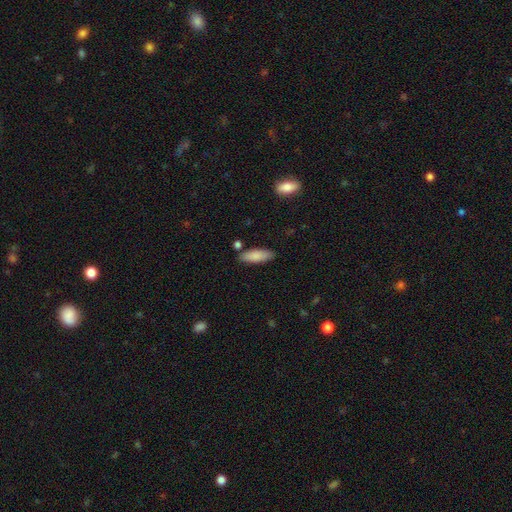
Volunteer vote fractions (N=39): smooth_or_featured: smooth (p=0.82) [alt: featured or disk p=0.10]
how_rounded: in between (p=0.69) [alt: cigar-shaped p=0.28]
merging: none (p=0.92) [alt: minor disturbance p=0.06]